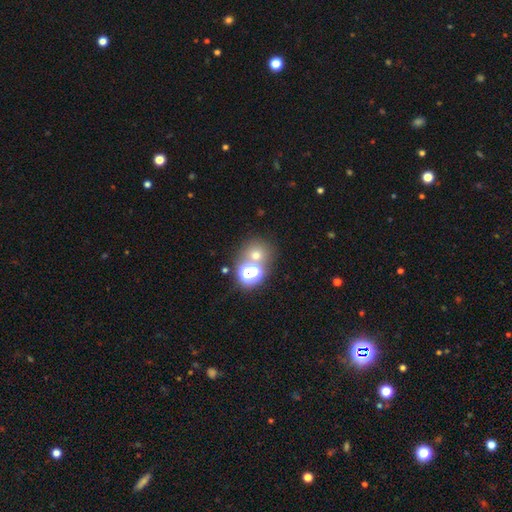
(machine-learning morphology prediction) smooth-or-featured: smooth: 63% | star or artifact: 27% | featured or disk: 10%
  how-rounded: round: 84% | in between: 15% | cigar-shaped: 1%
  merging: none: 62% | merger: 25% | minor disturbance: 8% | major disturbance: 4%